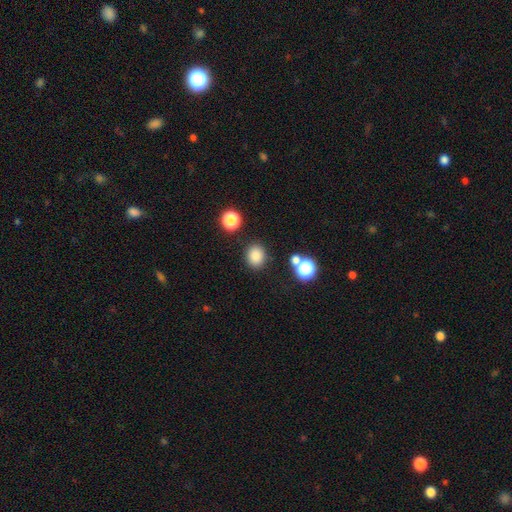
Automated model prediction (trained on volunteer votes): smooth-or-featured: smooth: 83% | star or artifact: 13% | featured or disk: 5%
  how-rounded: round: 68% | in between: 31% | cigar-shaped: 1%
  merging: none: 84% | minor disturbance: 9% | merger: 5% | major disturbance: 3%